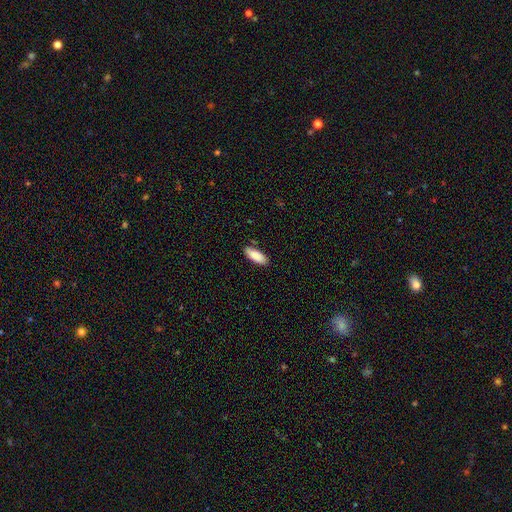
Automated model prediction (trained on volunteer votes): A smooth galaxy with no disk features (88%) that is in between round and cigar-shaped (73%).

Vote fractions:
- Smooth or featured? smooth: 88% / star or artifact: 6% / featured or disk: 6%
- How rounded? in between: 73% / cigar-shaped: 26% / round: 2%
- Merging? none: 85% / minor disturbance: 11% / major disturbance: 2% / merger: 2%